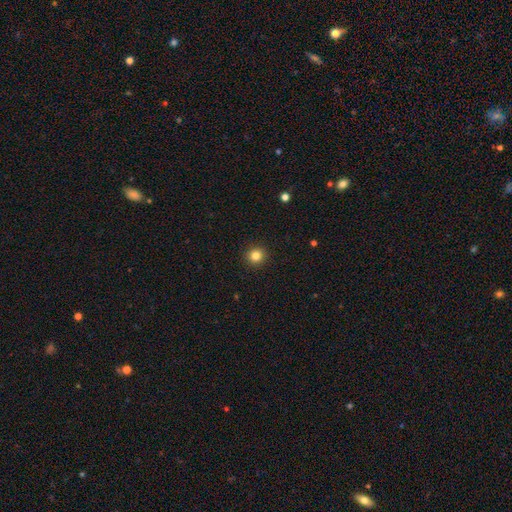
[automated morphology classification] smooth-or-featured: smooth: 83% | star or artifact: 12% | featured or disk: 5%
  how-rounded: round: 93% | in between: 6% | cigar-shaped: 1%
  merging: none: 93% | minor disturbance: 5% | major disturbance: 2% | merger: 1%